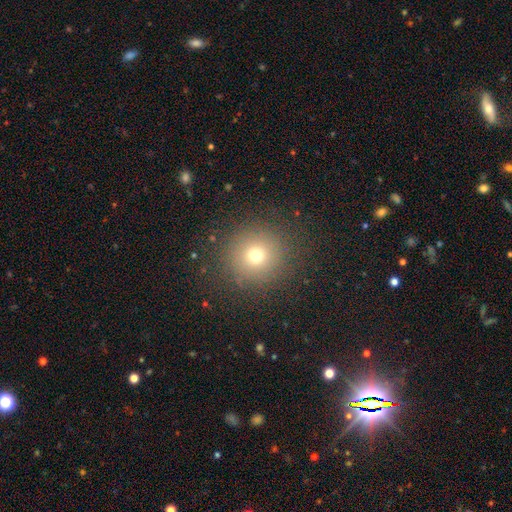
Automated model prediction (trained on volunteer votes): Q: Smooth or featured?
A: smooth (70%); runner-up: star or artifact (19%)
Q: How rounded?
A: round (94%); runner-up: in between (5%)
Q: Merging?
A: none (87%); runner-up: minor disturbance (7%)